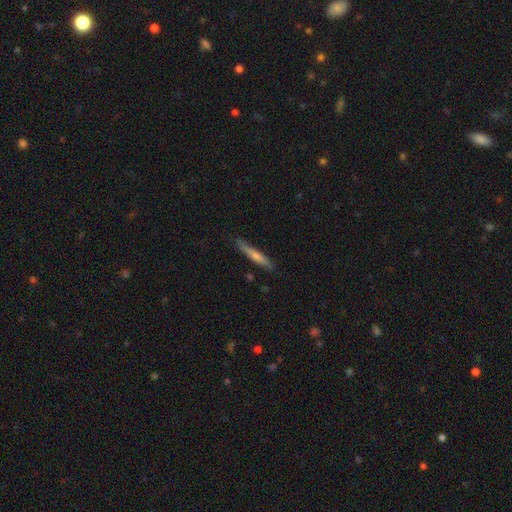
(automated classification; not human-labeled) Overall: featured or disk (51%; smooth 41%). Edge-on disk: yes (94%). Merging: none (83%).